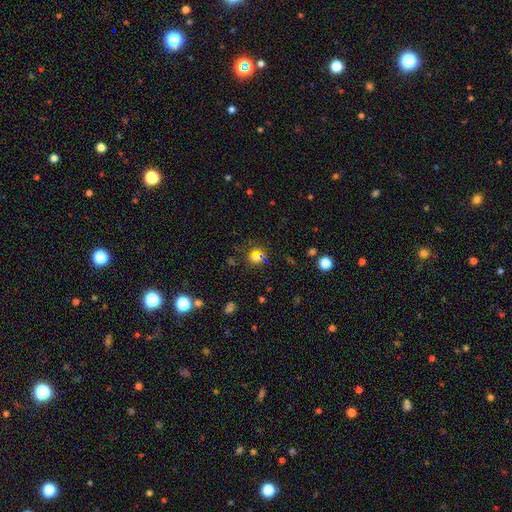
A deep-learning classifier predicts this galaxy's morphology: Smooth or featured? smooth (49%)
Merging? none (78%)